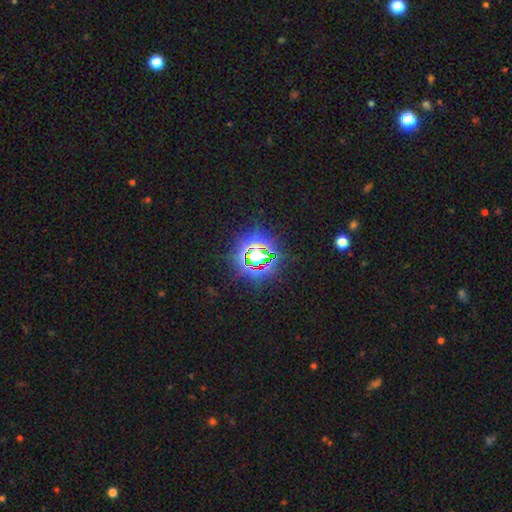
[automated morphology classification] This is likely a star or artifact rather than a galaxy (77%).